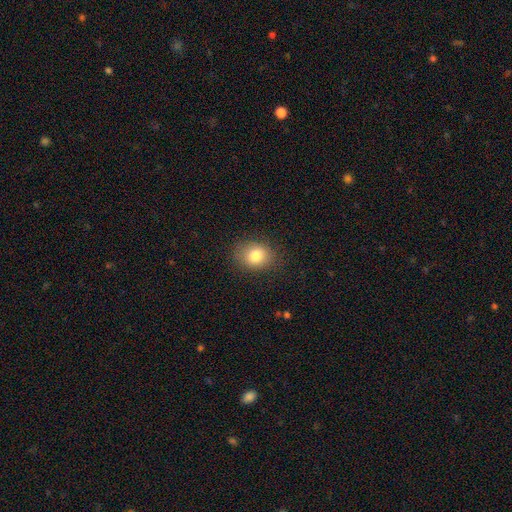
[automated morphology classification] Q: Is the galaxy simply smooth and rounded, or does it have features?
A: smooth — 81%.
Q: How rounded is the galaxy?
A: round — 55%.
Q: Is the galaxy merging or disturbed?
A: none — 83%.